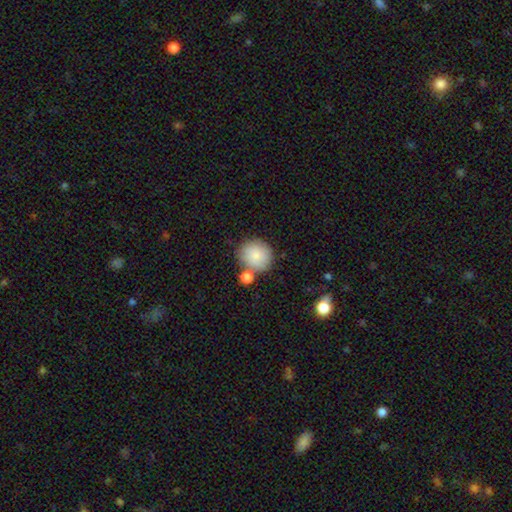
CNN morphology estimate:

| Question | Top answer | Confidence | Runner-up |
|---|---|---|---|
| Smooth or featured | smooth | 83% | featured or disk (9%) |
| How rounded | round | 88% | in between (11%) |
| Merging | none | 66% | merger (18%) |